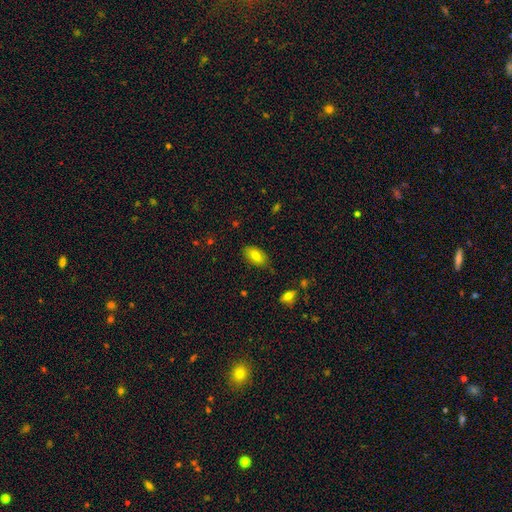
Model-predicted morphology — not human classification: type=smooth (77%); roundness=in between (92%); merging=none (78%).